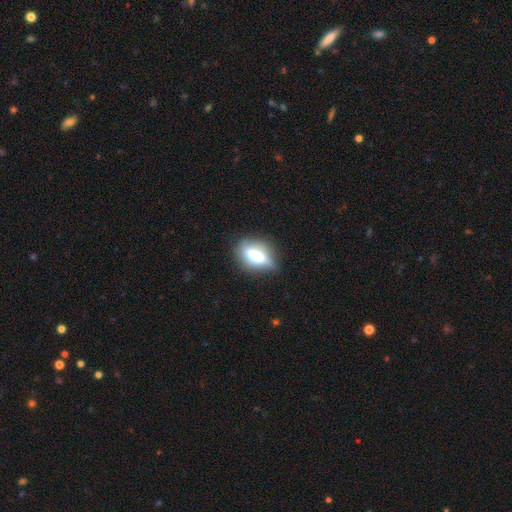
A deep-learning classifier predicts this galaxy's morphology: This is possibly a smooth galaxy (57%). How rounded: likely in between (71%). Merging: likely none (63%).